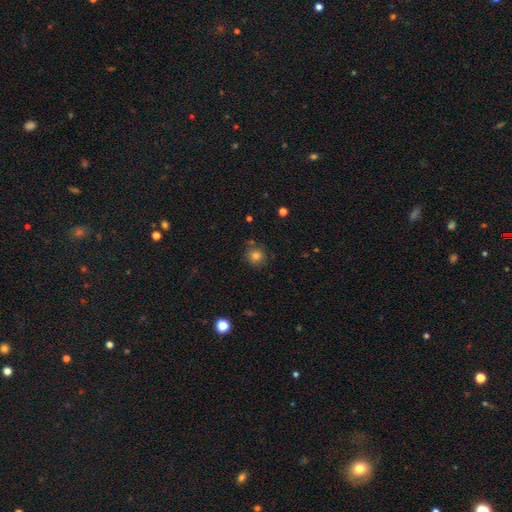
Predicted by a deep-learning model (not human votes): smooth 81%, star or artifact 13%, featured or disk 7%. Down the decision tree: how rounded — round (92%); merging — none (82%).